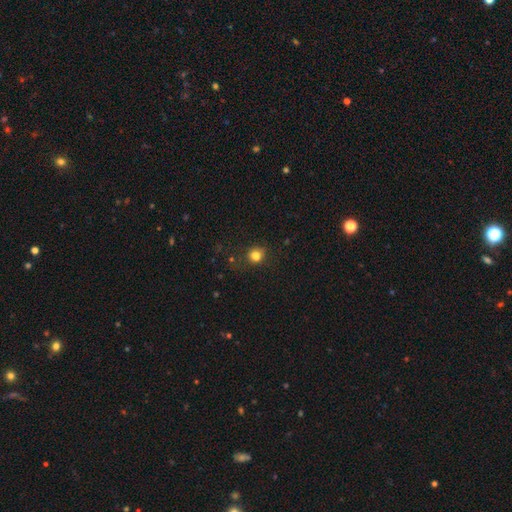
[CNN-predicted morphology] Overall: smooth (80%). How rounded: round (80%). Merging: none (76%).